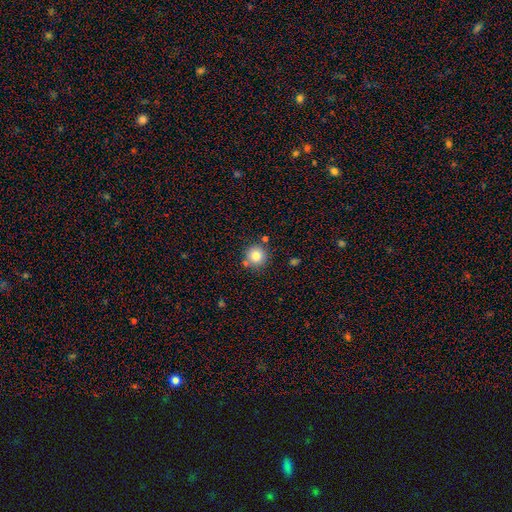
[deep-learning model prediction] Morphology: type=smooth (80%); roundness=round (95%); merging=none (80%).